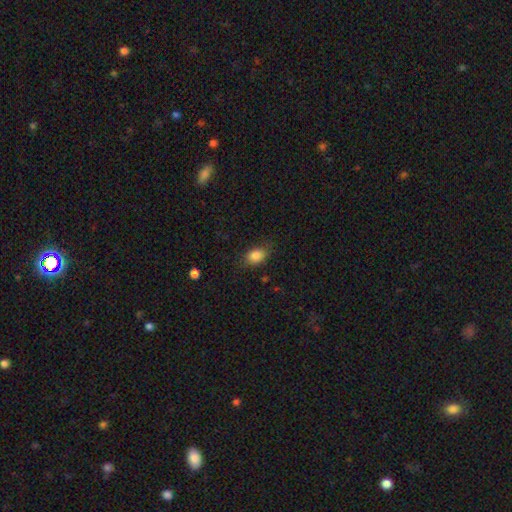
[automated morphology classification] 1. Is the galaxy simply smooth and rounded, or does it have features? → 85% smooth, 9% star or artifact, 6% featured or disk.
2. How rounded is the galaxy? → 78% in between, 21% round, 2% cigar-shaped.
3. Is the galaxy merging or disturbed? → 77% none, 17% minor disturbance, 5% major disturbance, 1% merger.